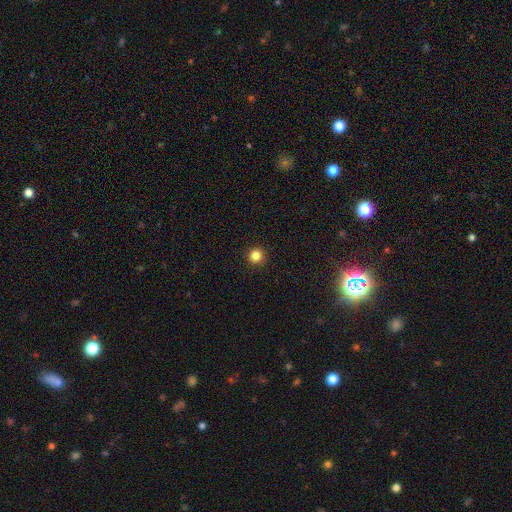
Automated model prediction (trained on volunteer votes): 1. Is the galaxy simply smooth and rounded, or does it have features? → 84% smooth, 12% star or artifact, 4% featured or disk.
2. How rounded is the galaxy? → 96% round, 3% in between, 1% cigar-shaped.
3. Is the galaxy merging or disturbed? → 93% none, 5% minor disturbance, 2% major disturbance, 1% merger.